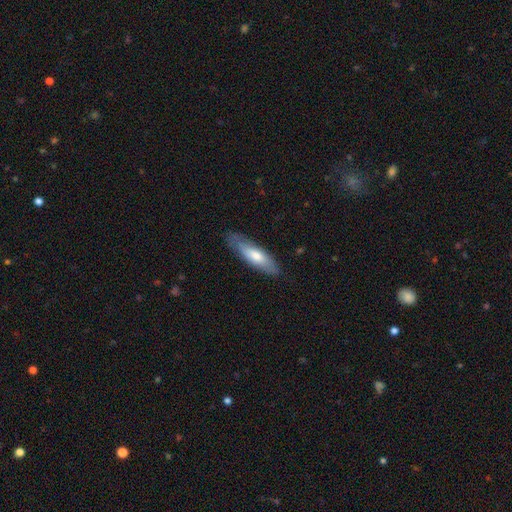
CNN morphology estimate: Smooth or featured?
  - smooth: 64% *
  - featured or disk: 30%
  - star or artifact: 5%
How rounded?
  - cigar-shaped: 55% *
  - in between: 43%
  - round: 2%
Merging?
  - none: 74% *
  - minor disturbance: 20%
  - major disturbance: 5%
  - merger: 1%